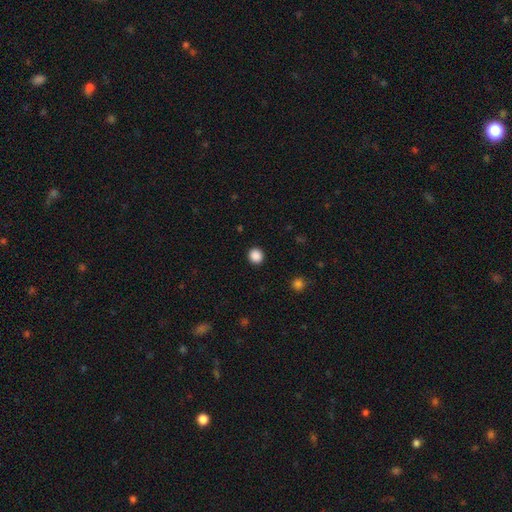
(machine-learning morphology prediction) Smooth or featured?
  - smooth: 88% *
  - star or artifact: 10%
  - featured or disk: 2%
How rounded?
  - round: 90% *
  - in between: 9%
  - cigar-shaped: 1%
Merging?
  - none: 93% *
  - minor disturbance: 5%
  - major disturbance: 2%
  - merger: 1%